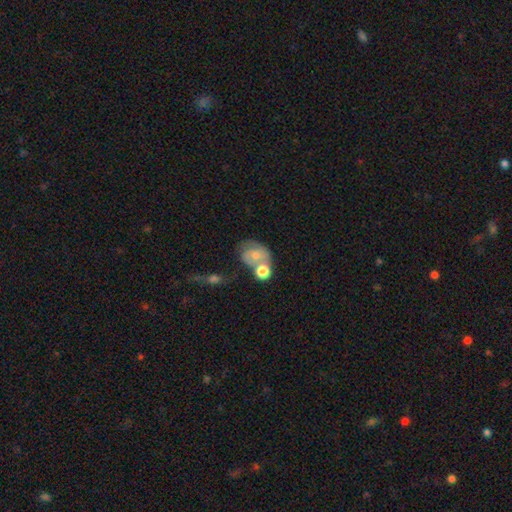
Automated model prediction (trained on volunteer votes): Overall: smooth (49%; featured or disk 41%). Merging: merger (39%; none 31%).